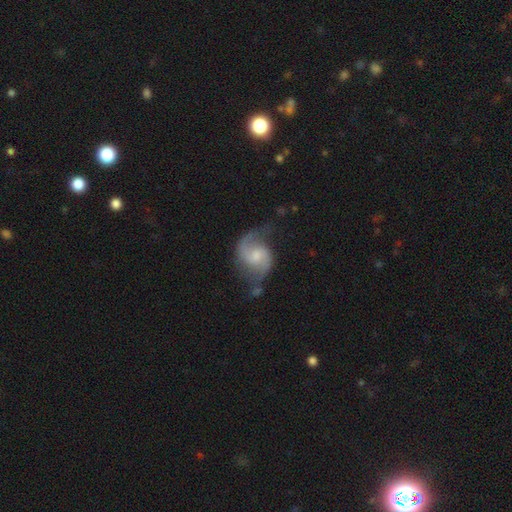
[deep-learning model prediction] featured or disk 83%, smooth 11%, star or artifact 6%. Down the decision tree: edge-on disk — no (98%); bar — no (47%); spiral arms — yes (96%); spiral arm count — 2 (91%); spiral winding — loose (46%); bulge size — moderate (41%); merging — none (60%).